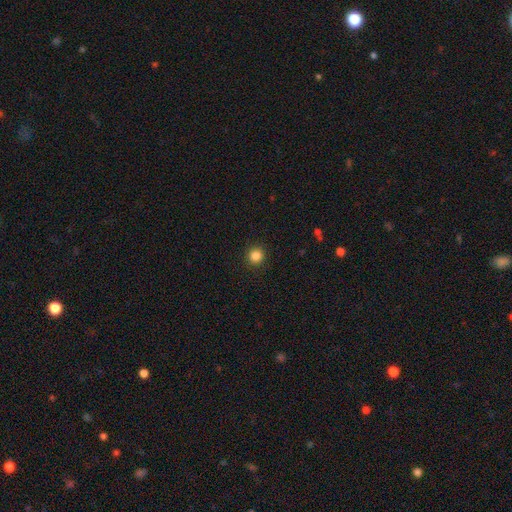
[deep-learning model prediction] smooth 85%, star or artifact 12%, featured or disk 4%. Down the decision tree: how rounded — round (93%); merging — none (92%).